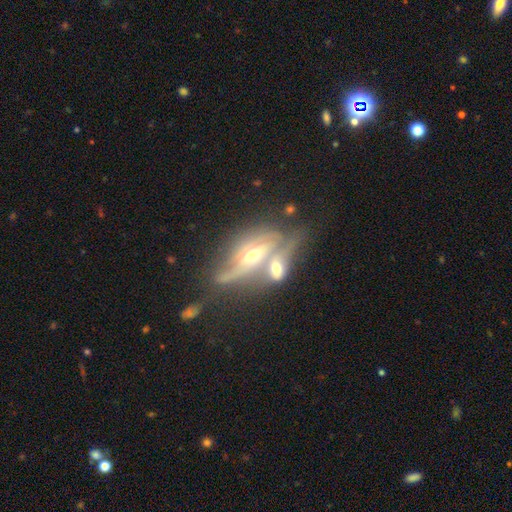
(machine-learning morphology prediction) featured or disk 78%, smooth 13%, star or artifact 9%. Down the decision tree: edge-on disk — no (50%, tied with yes); merging — merger (43%).